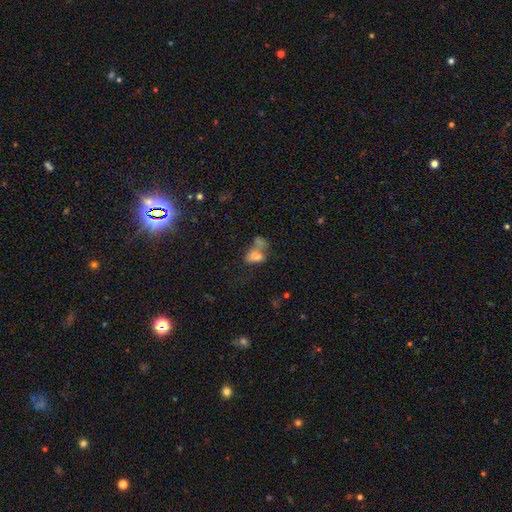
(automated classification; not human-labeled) smooth 67%, featured or disk 20%, star or artifact 13%. Down the decision tree: how rounded — in between (82%); merging — merger (53%).